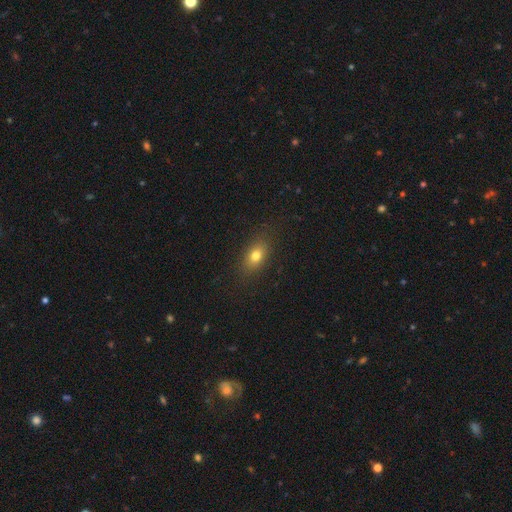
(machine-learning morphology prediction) smooth_or_featured: smooth (p=0.77) [alt: featured or disk p=0.12]
how_rounded: in between (p=0.78) [alt: round p=0.16]
merging: none (p=0.84) [alt: minor disturbance p=0.11]